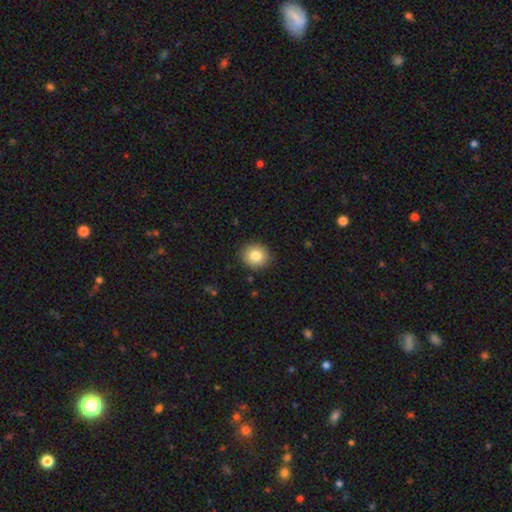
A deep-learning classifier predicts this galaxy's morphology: smooth-or-featured: smooth: 83% | star or artifact: 9% | featured or disk: 8%
  how-rounded: round: 78% | in between: 21% | cigar-shaped: 1%
  merging: none: 89% | minor disturbance: 8% | major disturbance: 2% | merger: 1%